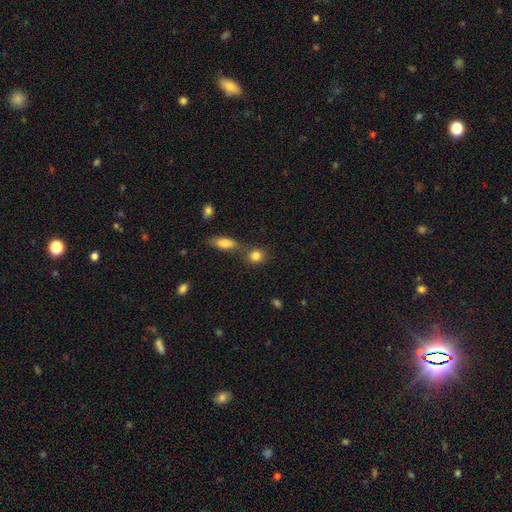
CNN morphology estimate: Overall: smooth (84%). How rounded: round (75%). Merging: none (60%; merger 26%).